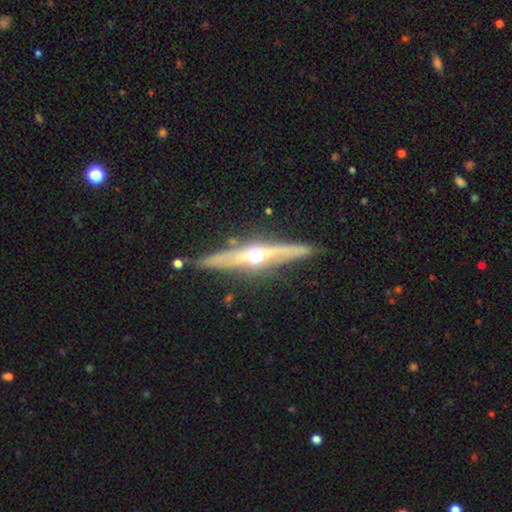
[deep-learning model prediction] Morphology: type=featured or disk (77%); edge-on=yes (95%); edge-on bulge=rounded (95%); merging=none (87%).